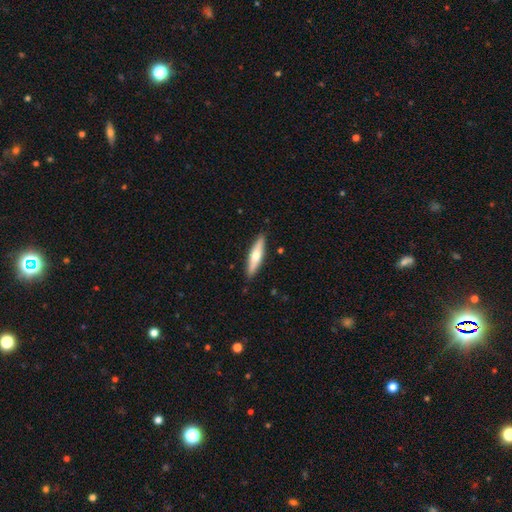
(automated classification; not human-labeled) Overall: smooth (52%; featured or disk 43%). How rounded: cigar-shaped (77%). Merging: none (89%).